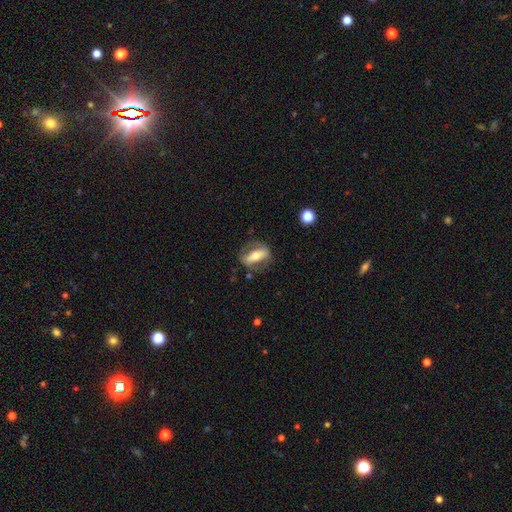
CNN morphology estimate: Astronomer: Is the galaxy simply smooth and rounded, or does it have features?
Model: featured or disk — 57% (runner-up: smooth, 36%).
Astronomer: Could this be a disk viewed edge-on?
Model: no — 68%.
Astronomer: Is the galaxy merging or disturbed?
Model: none — 70%.